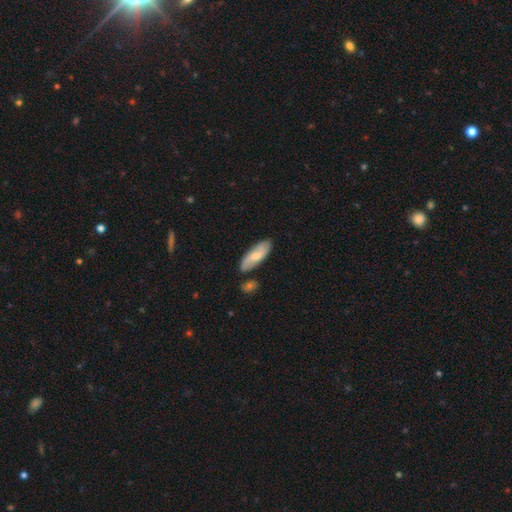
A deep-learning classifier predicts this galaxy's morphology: Smooth or featured?
  - smooth: 57% *
  - featured or disk: 37%
  - star or artifact: 6%
How rounded?
  - in between: 69% *
  - cigar-shaped: 29%
  - round: 2%
Merging?
  - none: 77% *
  - minor disturbance: 14%
  - merger: 6%
  - major disturbance: 3%